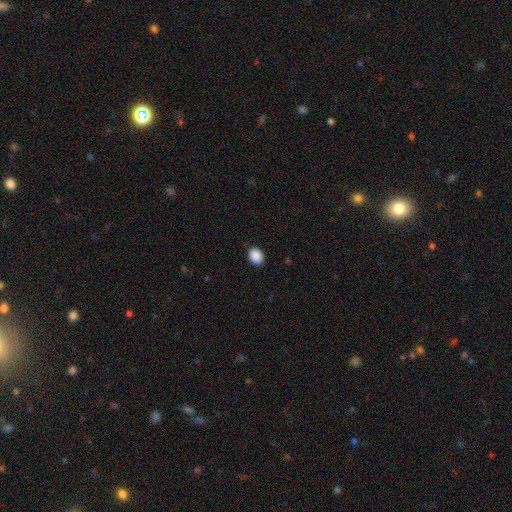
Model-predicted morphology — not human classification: smooth 90%, star or artifact 8%, featured or disk 2%. Down the decision tree: how rounded — in between (62%); merging — none (89%).